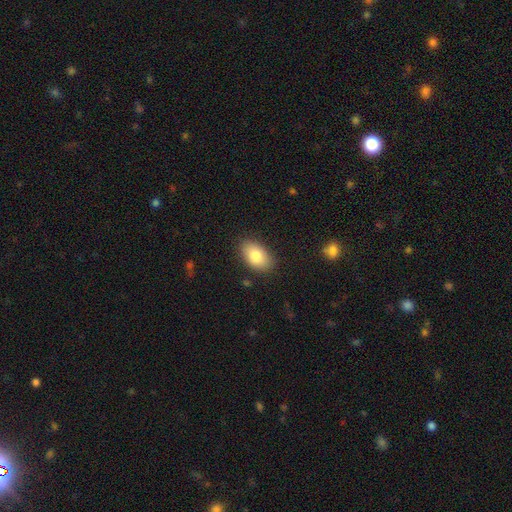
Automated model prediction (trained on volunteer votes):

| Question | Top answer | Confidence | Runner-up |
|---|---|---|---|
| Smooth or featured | smooth | 84% | featured or disk (10%) |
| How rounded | in between | 92% | round (7%) |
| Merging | none | 85% | minor disturbance (11%) |